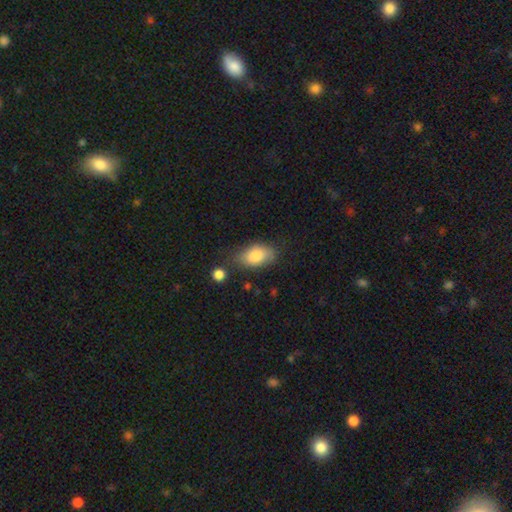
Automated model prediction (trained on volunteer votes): Smooth or featured?
  - smooth: 82% *
  - featured or disk: 10%
  - star or artifact: 7%
How rounded?
  - in between: 90% *
  - round: 8%
  - cigar-shaped: 3%
Merging?
  - none: 62% *
  - minor disturbance: 25%
  - major disturbance: 7%
  - merger: 6%